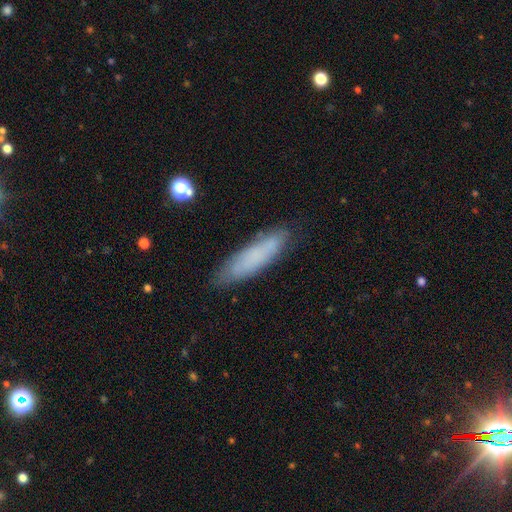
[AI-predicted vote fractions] Smooth or featured?
  - smooth: 70% *
  - featured or disk: 21%
  - star or artifact: 9%
How rounded?
  - cigar-shaped: 69% *
  - in between: 30%
  - round: 2%
Merging?
  - none: 79% *
  - minor disturbance: 16%
  - major disturbance: 4%
  - merger: 2%